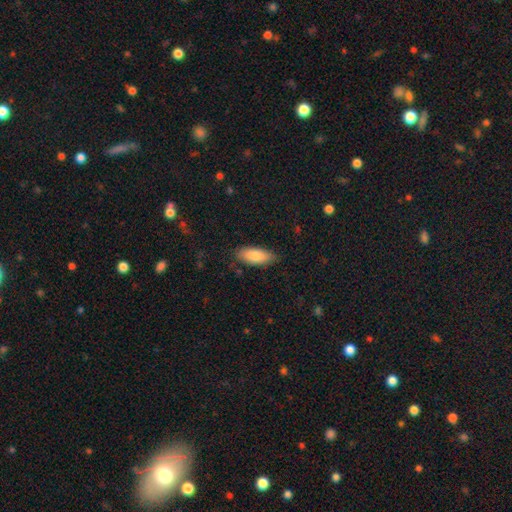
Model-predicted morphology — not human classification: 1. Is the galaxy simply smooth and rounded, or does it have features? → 84% smooth, 10% featured or disk, 6% star or artifact.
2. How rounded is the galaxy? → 80% in between, 18% cigar-shaped, 2% round.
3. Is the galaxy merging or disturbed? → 83% none, 13% minor disturbance, 2% major disturbance, 1% merger.